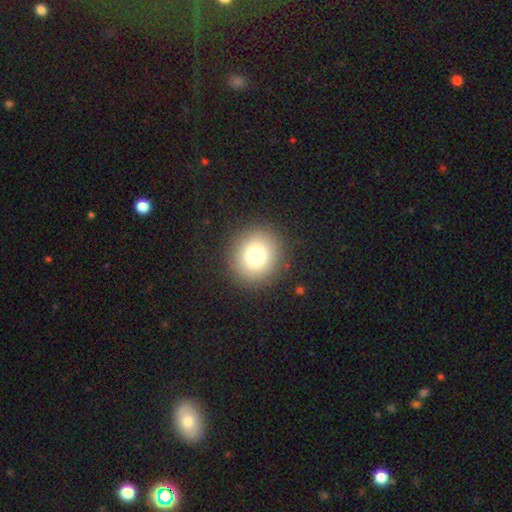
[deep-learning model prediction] The model was most divided on "smooth or featured": smooth: 76%, star or artifact: 14%, featured or disk: 9%. More confident: merging — none (90%); how rounded — round (90%).